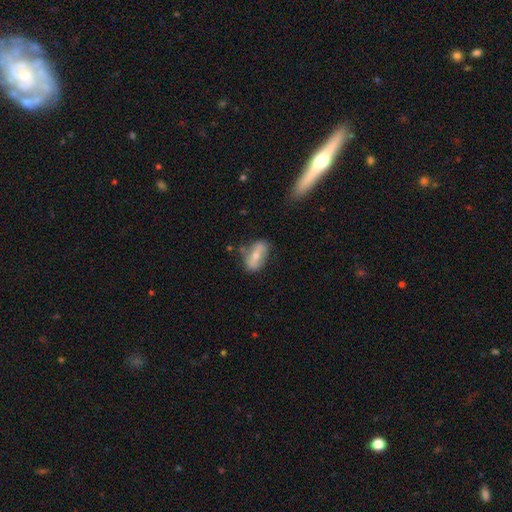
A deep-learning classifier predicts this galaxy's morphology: smooth-or-featured: smooth: 47% | featured or disk: 46% | star or artifact: 7%
  merging: none: 66% | minor disturbance: 23% | major disturbance: 7% | merger: 4%